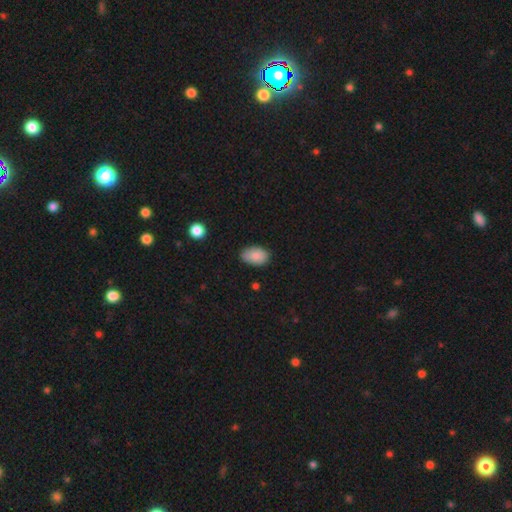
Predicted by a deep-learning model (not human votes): This is clearly a smooth galaxy (86%). How rounded: clearly in between (91%). Merging: likely none (80%).